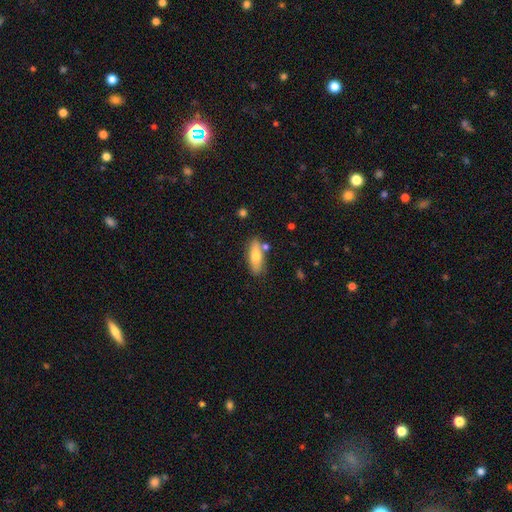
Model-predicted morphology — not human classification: smooth 70%, featured or disk 23%, star or artifact 6%. Down the decision tree: how rounded — in between (64%); merging — none (78%).